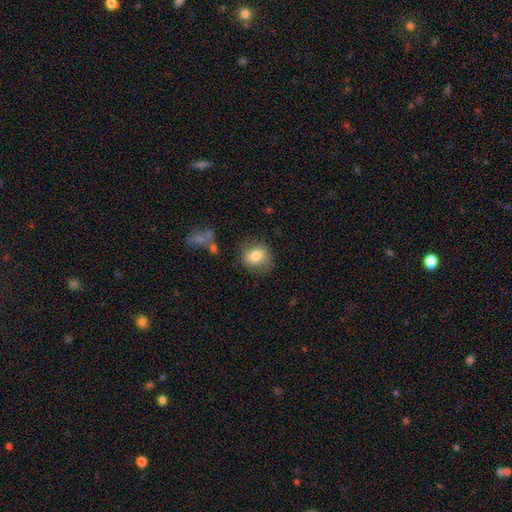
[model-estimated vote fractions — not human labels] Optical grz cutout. It shows a smooth galaxy with no disk features (74%) that is round (68%). Merging: none (72%).